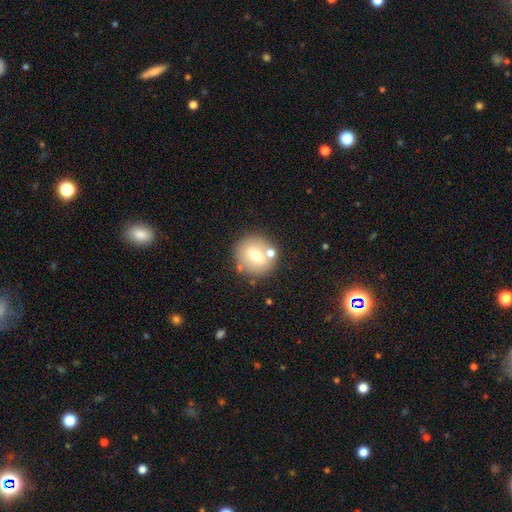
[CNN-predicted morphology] Smooth or featured: smooth — 56% (featured or disk — 35%)
How rounded: round — 80% (in between — 18%)
Merging: none — 71% (merger — 13%)